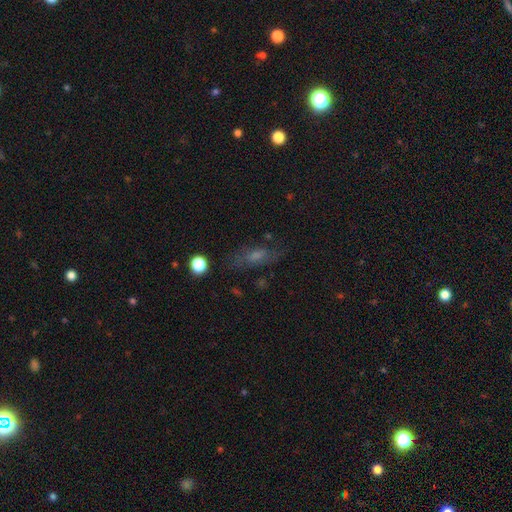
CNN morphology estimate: Smooth or featured?
  - featured or disk: 40% *
  - smooth: 39%
  - star or artifact: 21%
Merging?
  - none: 71% *
  - minor disturbance: 17%
  - major disturbance: 9%
  - merger: 3%